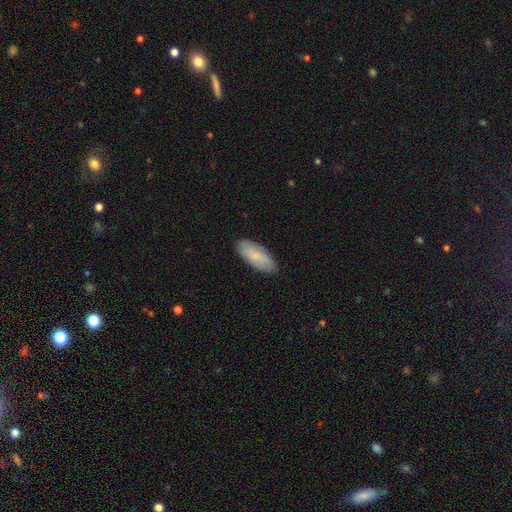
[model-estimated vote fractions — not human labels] Smooth or featured? smooth (77%)
How rounded? in between (79%)
Merging? none (86%)